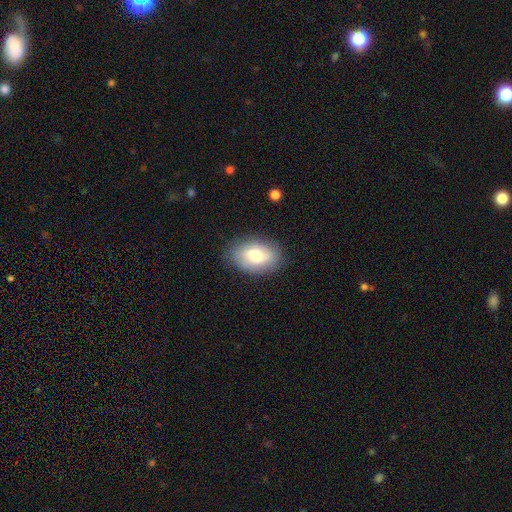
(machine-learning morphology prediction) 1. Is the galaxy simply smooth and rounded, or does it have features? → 71% smooth, 22% featured or disk, 7% star or artifact.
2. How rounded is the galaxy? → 87% in between, 12% round, 1% cigar-shaped.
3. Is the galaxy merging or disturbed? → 83% none, 13% minor disturbance, 3% major disturbance, 1% merger.